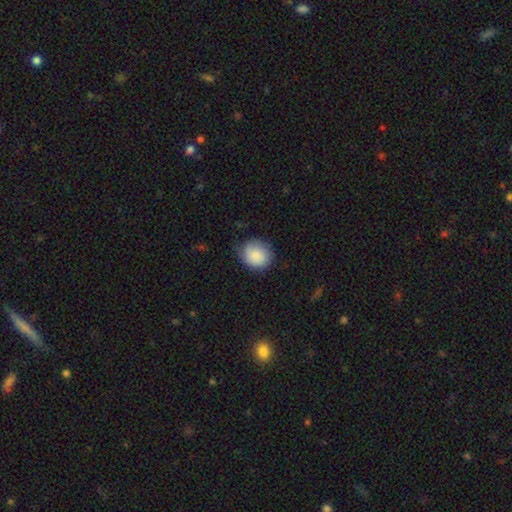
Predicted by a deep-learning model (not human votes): A smooth galaxy with no disk features (87%) that is round (78%).

Vote fractions:
- Smooth or featured? smooth: 87% / star or artifact: 7% / featured or disk: 6%
- How rounded? round: 78% / in between: 21% / cigar-shaped: 1%
- Merging? none: 72% / minor disturbance: 22% / major disturbance: 5% / merger: 1%